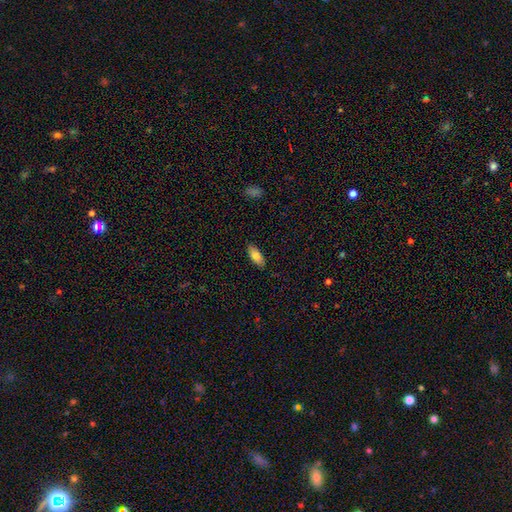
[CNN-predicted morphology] type=smooth (80%); roundness=in between (83%); merging=none (86%).